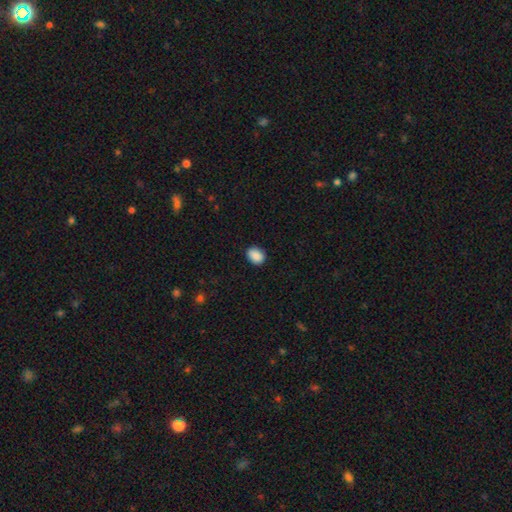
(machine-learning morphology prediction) Overall: smooth (90%). How rounded: in between (62%; round 37%). Merging: none (89%).